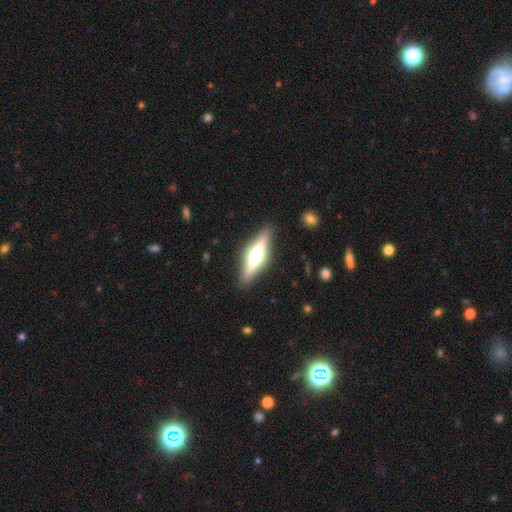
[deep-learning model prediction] A featured or disk galaxy (66%) viewed edge-on (95%) with a rounded central bulge (91%).

Vote fractions:
- Smooth or featured? featured or disk: 66% / smooth: 28% / star or artifact: 6%
- Edge-on disk? yes: 95% / no: 5%
- Edge-on bulge? rounded: 91% / boxy: 7% / none: 3%
- Merging? none: 88% / minor disturbance: 8% / major disturbance: 2% / merger: 1%